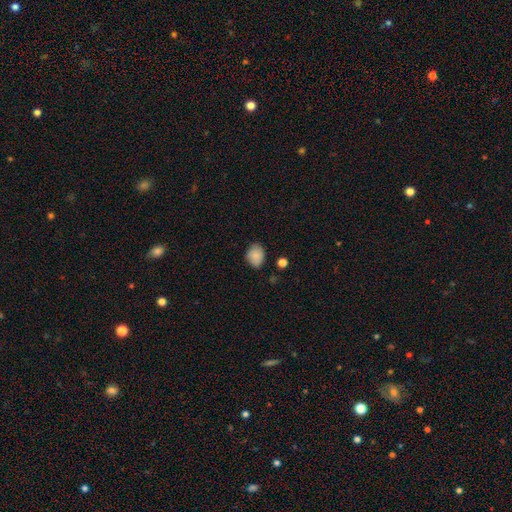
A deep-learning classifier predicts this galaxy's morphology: Smooth or featured? Predicted: smooth (p=0.85). How rounded? Predicted: in between (p=0.54). Merging? Predicted: none (p=0.76).